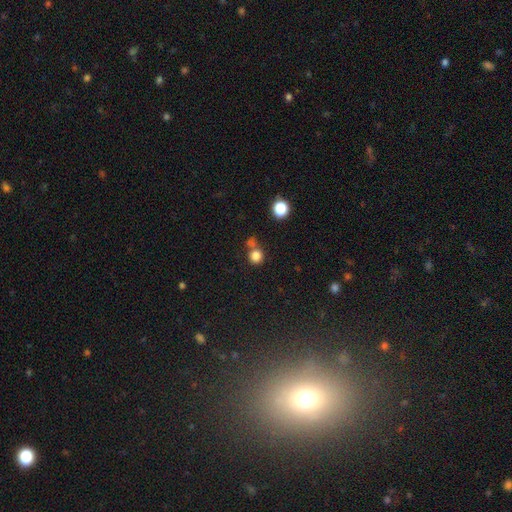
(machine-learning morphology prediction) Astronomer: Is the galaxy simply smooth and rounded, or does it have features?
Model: smooth — 81%.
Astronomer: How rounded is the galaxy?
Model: round — 89%.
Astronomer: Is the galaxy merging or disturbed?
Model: none — 61%.